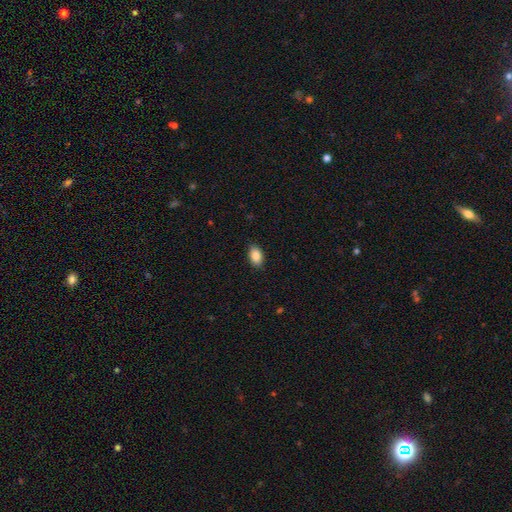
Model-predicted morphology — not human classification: Q: Smooth or featured?
A: smooth (88%); runner-up: star or artifact (7%)
Q: How rounded?
A: in between (90%); runner-up: round (8%)
Q: Merging?
A: none (89%); runner-up: minor disturbance (8%)